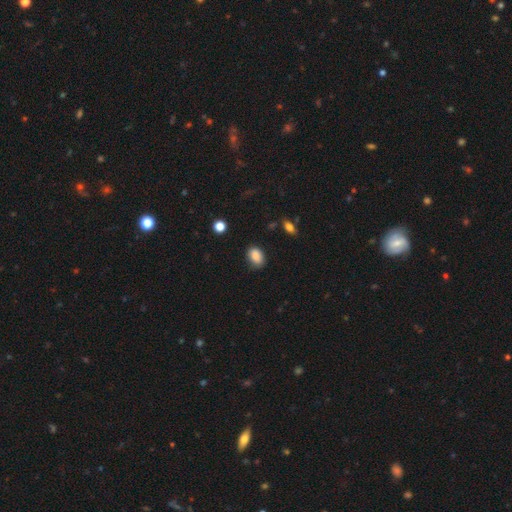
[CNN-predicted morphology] type=smooth (87%); roundness=in between (81%); merging=none (79%).